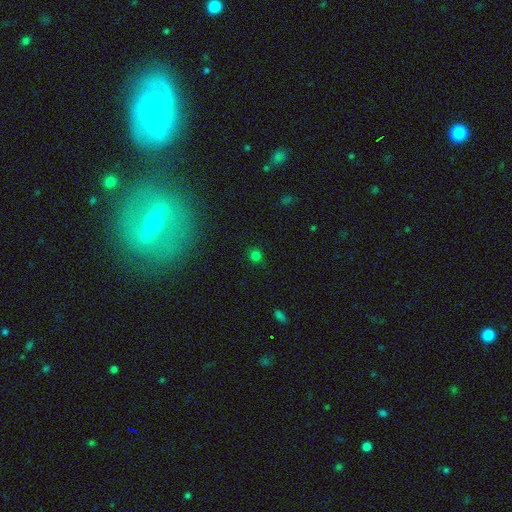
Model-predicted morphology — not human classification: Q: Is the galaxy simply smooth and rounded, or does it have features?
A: smooth — 75%.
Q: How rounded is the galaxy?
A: round — 91%.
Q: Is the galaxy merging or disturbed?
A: none — 88%.